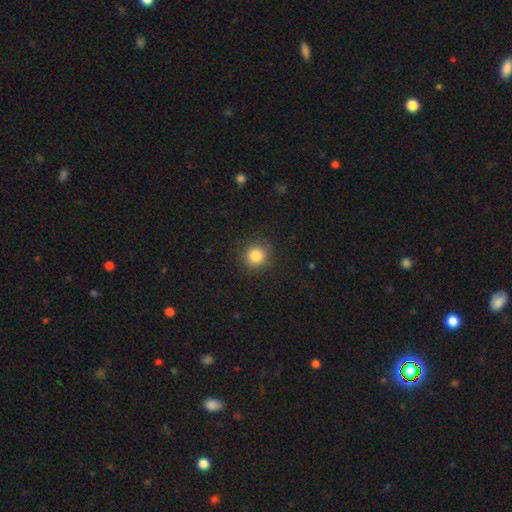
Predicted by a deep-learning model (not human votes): Smooth or featured?
  - smooth: 84% *
  - star or artifact: 11%
  - featured or disk: 5%
How rounded?
  - round: 91% *
  - in between: 8%
  - cigar-shaped: 1%
Merging?
  - none: 89% *
  - minor disturbance: 8%
  - major disturbance: 3%
  - merger: 1%